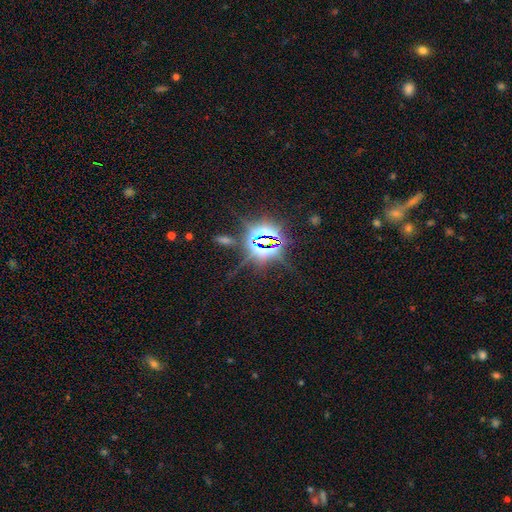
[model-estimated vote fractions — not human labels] Smooth or featured?
  - star or artifact: 83% *
  - smooth: 10%
  - featured or disk: 7%